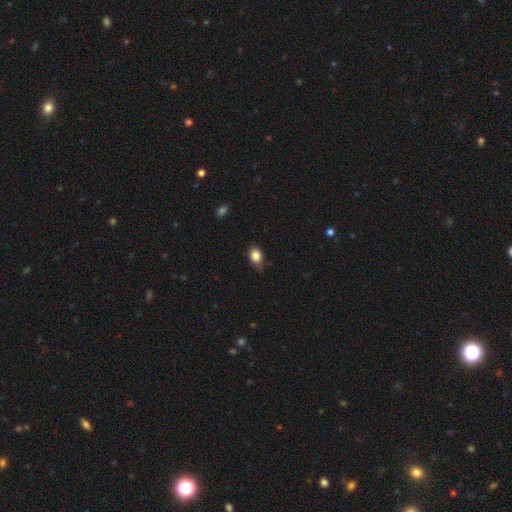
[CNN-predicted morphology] A smooth galaxy with no disk features (85%) that is in between round and cigar-shaped (70%). Merging: none (63%).